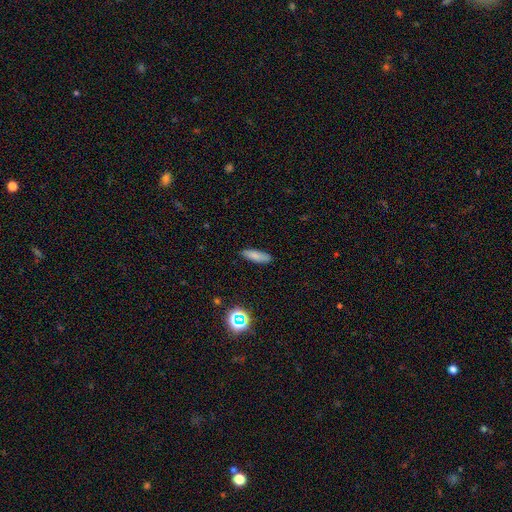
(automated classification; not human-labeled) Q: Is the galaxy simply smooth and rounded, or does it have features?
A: smooth — 82%.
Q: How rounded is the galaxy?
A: cigar-shaped — 54%.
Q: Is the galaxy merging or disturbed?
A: none — 87%.